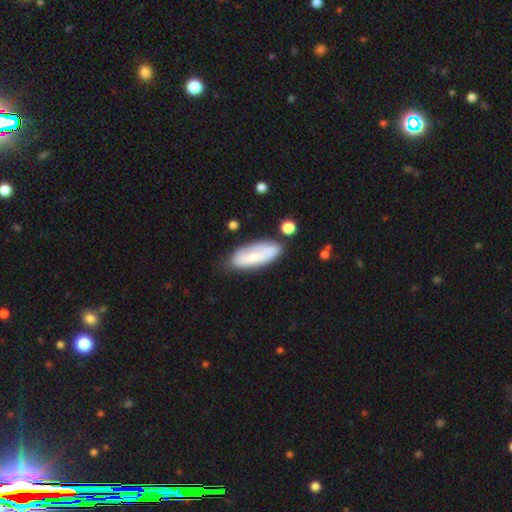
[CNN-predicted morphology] Smooth or featured? Predicted: smooth (p=0.61). How rounded? Predicted: in between (p=0.70). Merging? Predicted: none (p=0.69).